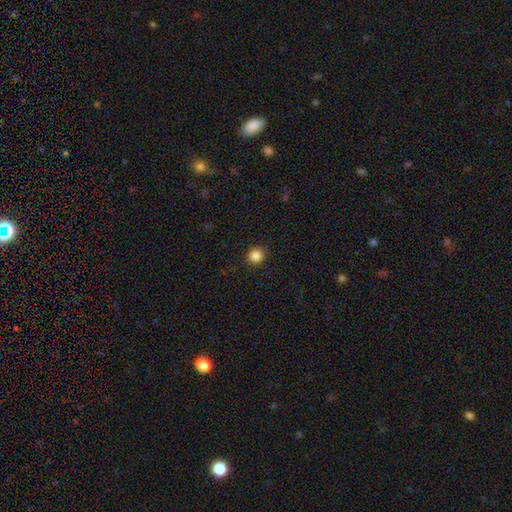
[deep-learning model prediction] Smooth or featured? Predicted: smooth (p=0.85). How rounded? Predicted: round (p=0.93). Merging? Predicted: none (p=0.92).